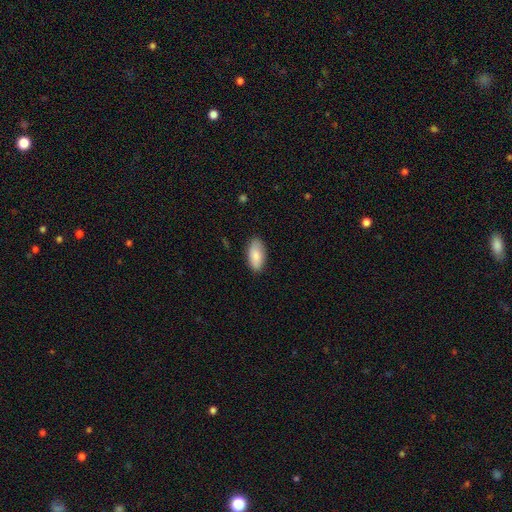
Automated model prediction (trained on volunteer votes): smooth_or_featured: smooth (p=0.86) [alt: featured or disk p=0.09]
how_rounded: in between (p=0.93) [alt: cigar-shaped p=0.05]
merging: none (p=0.86) [alt: minor disturbance p=0.11]